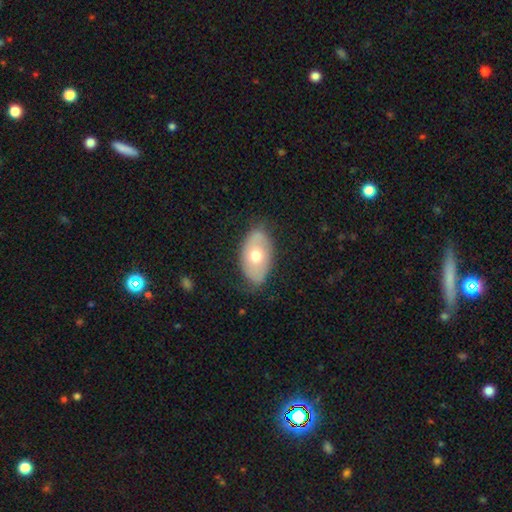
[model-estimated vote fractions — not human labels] This is possibly a smooth galaxy (54%). How rounded: clearly in between (93%). Merging: likely none (79%).